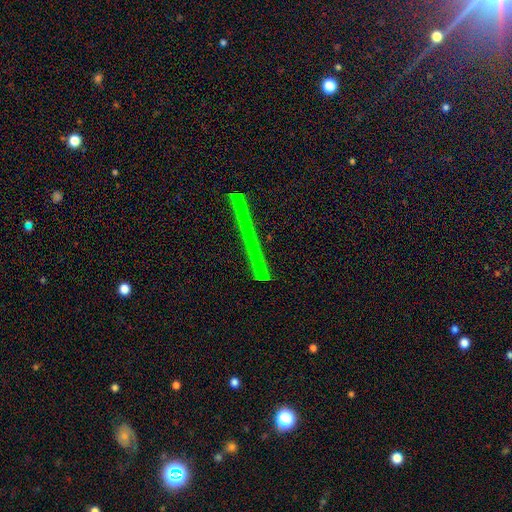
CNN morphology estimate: This is possibly a star or artifact rather than a galaxy (47%).